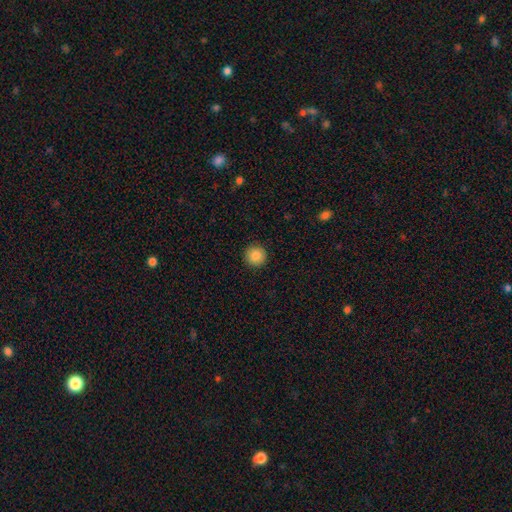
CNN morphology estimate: Smooth or featured? smooth (86%)
How rounded? round (96%)
Merging? none (93%)